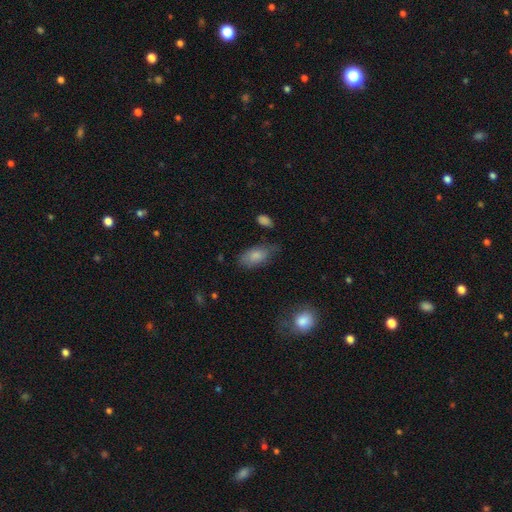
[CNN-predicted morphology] Overall: smooth (82%). How rounded: in between (92%). Merging: none (60%; minor disturbance 28%).